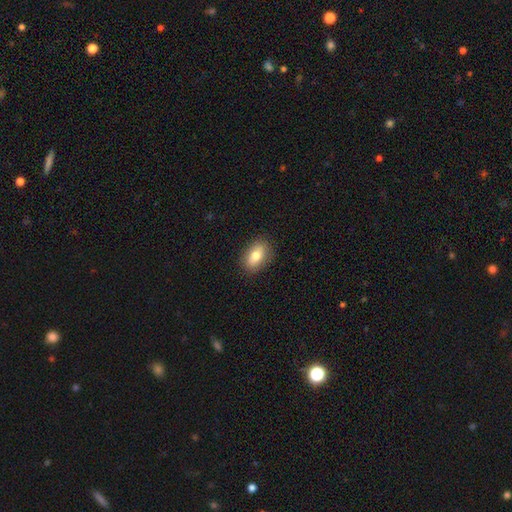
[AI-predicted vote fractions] A smooth galaxy with no disk features (76%) that is in between round and cigar-shaped (85%).

Vote fractions:
- Smooth or featured? smooth: 76% / featured or disk: 16% / star or artifact: 8%
- How rounded? in between: 85% / round: 12% / cigar-shaped: 3%
- Merging? none: 87% / minor disturbance: 10% / major disturbance: 2% / merger: 1%